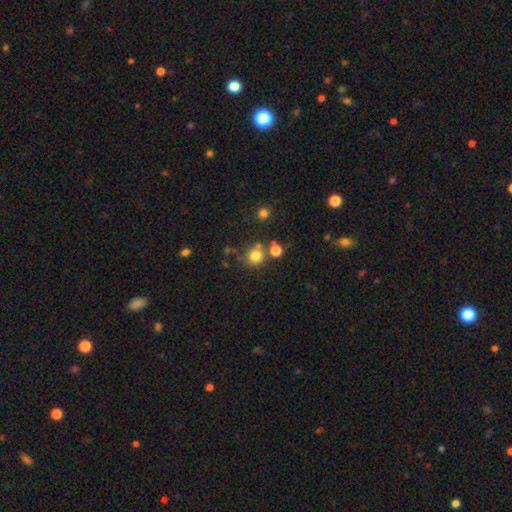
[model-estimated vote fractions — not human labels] Smooth or featured?
  - smooth: 78% *
  - star or artifact: 14%
  - featured or disk: 8%
How rounded?
  - round: 88% *
  - in between: 11%
  - cigar-shaped: 1%
Merging?
  - none: 68% *
  - merger: 17%
  - minor disturbance: 10%
  - major disturbance: 4%